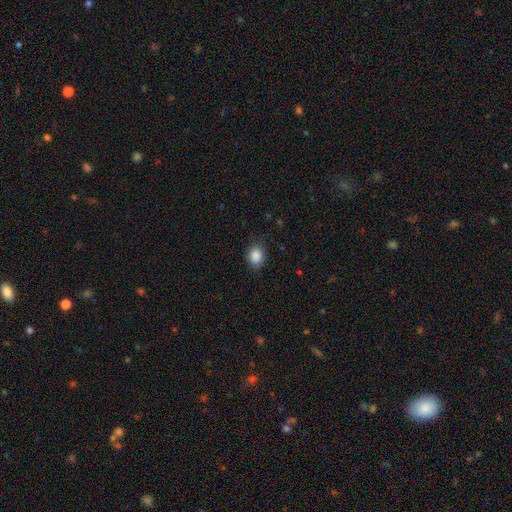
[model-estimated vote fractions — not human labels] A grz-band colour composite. It shows a smooth galaxy with no disk features (88%) that is in between round and cigar-shaped (59%). Merging: none (85%).